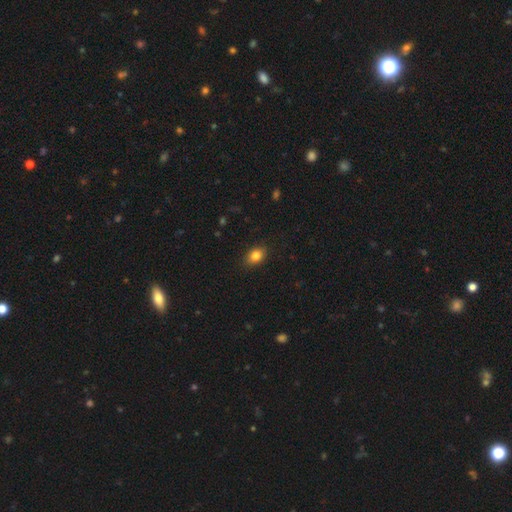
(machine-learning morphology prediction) This is clearly a smooth galaxy (83%). How rounded: likely in between (72%). Merging: clearly none (87%).